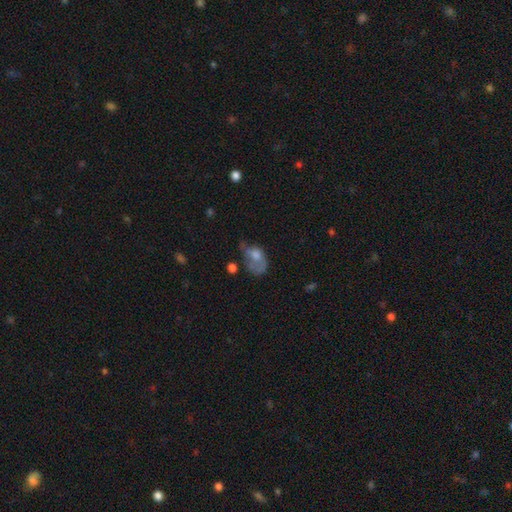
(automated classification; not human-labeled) A smooth galaxy with no disk features (49%).

Vote fractions:
- Smooth or featured? smooth: 49% / featured or disk: 39% / star or artifact: 12%
- Merging? major disturbance: 46% / minor disturbance: 24% / none: 23% / merger: 7%